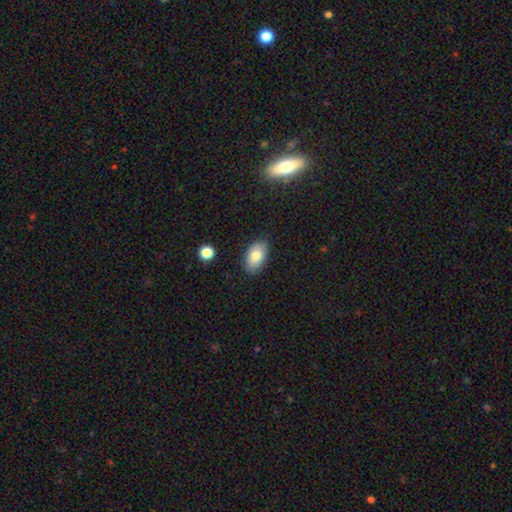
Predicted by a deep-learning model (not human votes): Smooth or featured: smooth — 80% (featured or disk — 12%)
How rounded: in between — 93% (round — 6%)
Merging: none — 82% (minor disturbance — 14%)